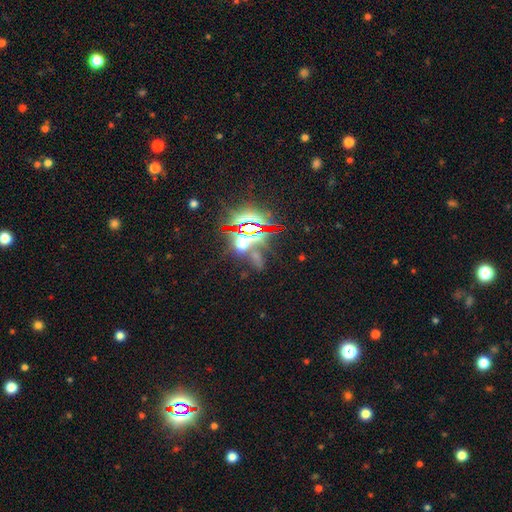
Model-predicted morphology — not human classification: Q: Smooth or featured?
A: star or artifact (78%); runner-up: smooth (12%)